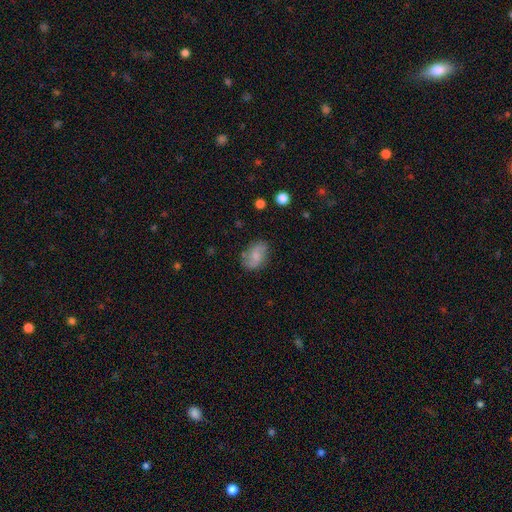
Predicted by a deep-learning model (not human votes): smooth 53%, featured or disk 39%, star or artifact 8%. Down the decision tree: how rounded — in between (84%); merging — none (73%).